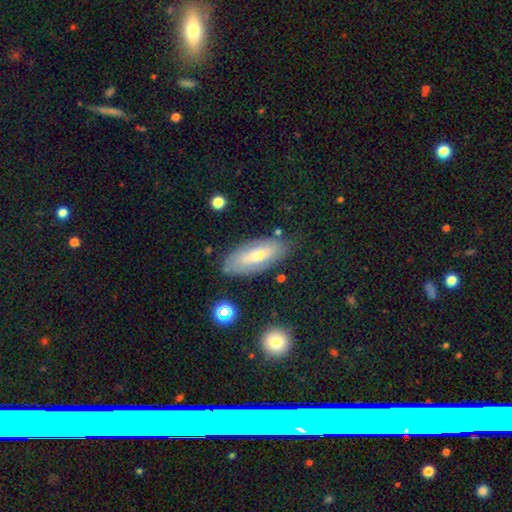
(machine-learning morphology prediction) Smooth or featured?
  - smooth: 49% *
  - featured or disk: 43%
  - star or artifact: 8%
Merging?
  - none: 79% *
  - minor disturbance: 15%
  - major disturbance: 4%
  - merger: 2%